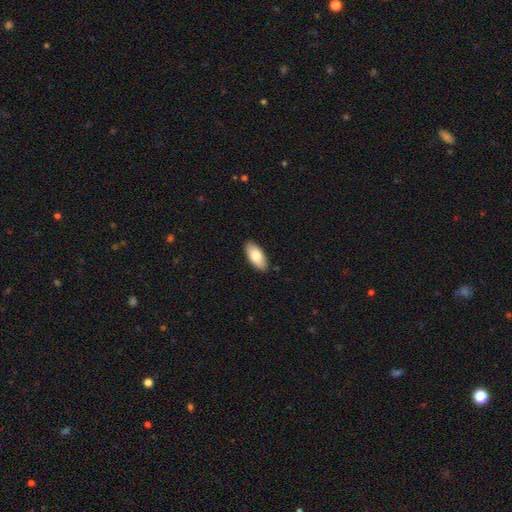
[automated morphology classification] smooth-or-featured: smooth: 80% | featured or disk: 15% | star or artifact: 6%
  how-rounded: in between: 90% | cigar-shaped: 8% | round: 2%
  merging: none: 89% | minor disturbance: 9% | major disturbance: 2% | merger: 1%